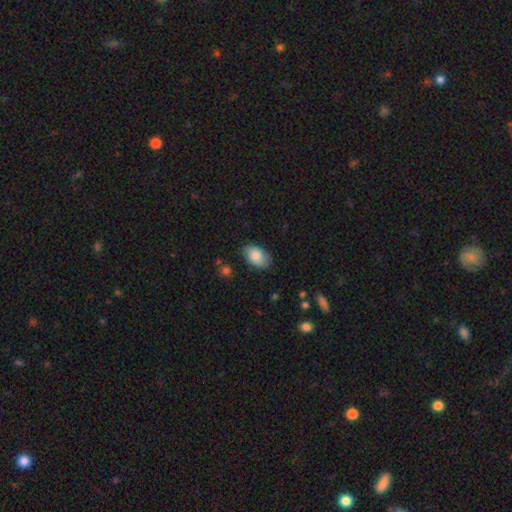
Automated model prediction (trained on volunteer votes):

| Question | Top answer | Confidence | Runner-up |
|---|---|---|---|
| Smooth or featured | smooth | 84% | featured or disk (10%) |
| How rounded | in between | 91% | round (8%) |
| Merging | none | 78% | minor disturbance (17%) |